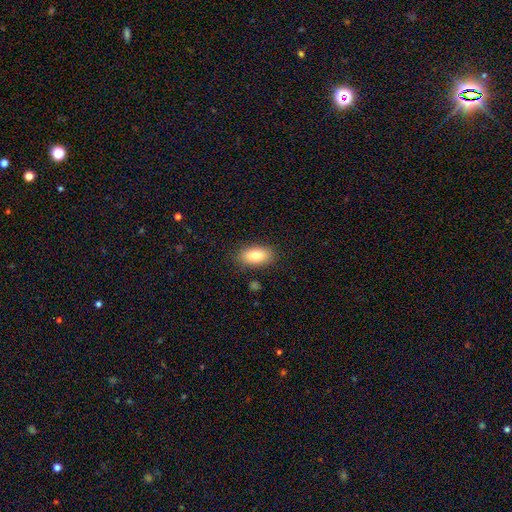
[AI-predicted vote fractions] Overall: smooth (79%). How rounded: in between (90%). Merging: none (86%).